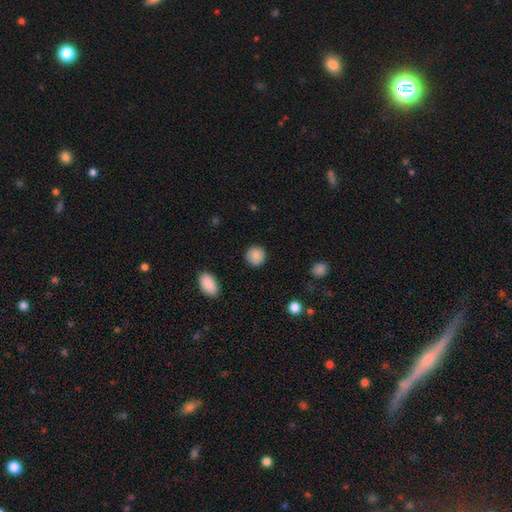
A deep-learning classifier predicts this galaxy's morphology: The model was most divided on "smooth or featured": smooth: 87%, star or artifact: 8%, featured or disk: 5%. More confident: how rounded — round (91%); merging — none (89%).